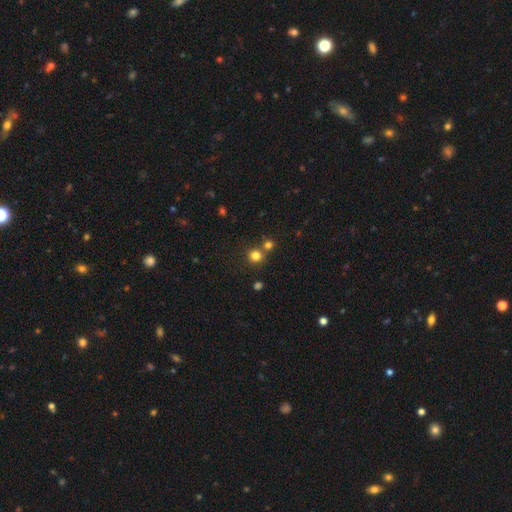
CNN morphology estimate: The model was most divided on "merging": none: 69%, merger: 21%, minor disturbance: 7%, major disturbance: 3%. More confident: how rounded — round (91%); smooth or featured — smooth (79%).